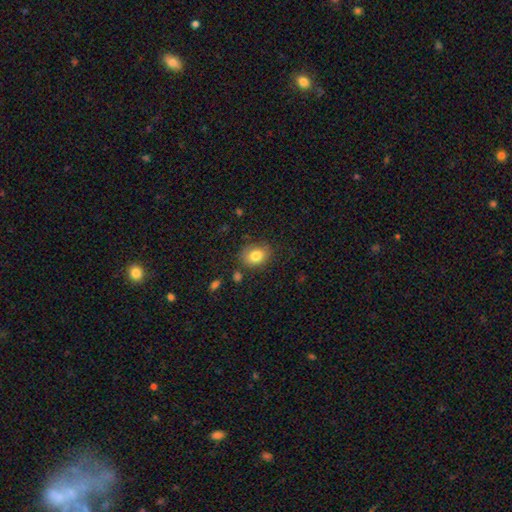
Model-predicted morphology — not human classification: Overall: smooth (81%). How rounded: in between (59%; round 40%). Merging: none (77%).